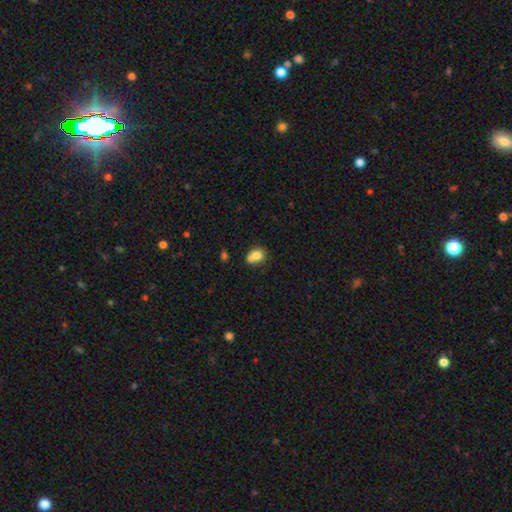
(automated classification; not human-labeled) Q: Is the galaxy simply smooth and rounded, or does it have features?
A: smooth — 74%.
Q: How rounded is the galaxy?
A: round — 50%.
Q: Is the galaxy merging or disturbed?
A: merger — 47%.